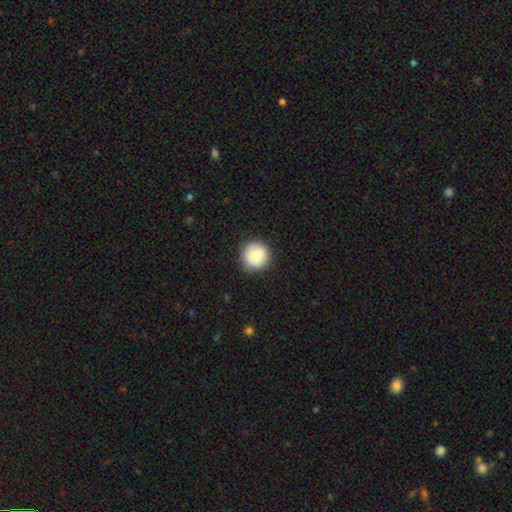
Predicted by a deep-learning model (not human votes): This is clearly a smooth galaxy (87%). How rounded: clearly round (96%). Merging: clearly none (91%).